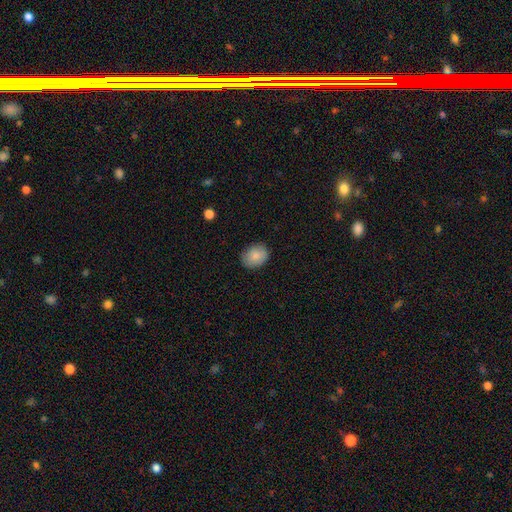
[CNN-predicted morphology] A smooth galaxy with no disk features (87%) that is in between round and cigar-shaped (61%). Merging: none (84%).